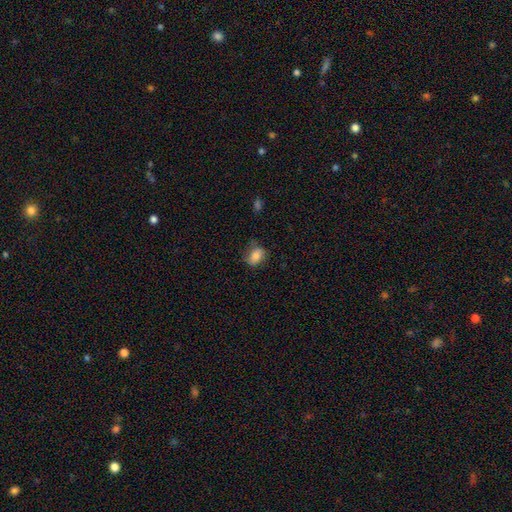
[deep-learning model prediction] A smooth galaxy with no disk features (80%) that is in between round and cigar-shaped (69%).

Vote fractions:
- Smooth or featured? smooth: 80% / featured or disk: 11% / star or artifact: 9%
- How rounded? in between: 69% / round: 29% / cigar-shaped: 2%
- Merging? none: 65% / minor disturbance: 26% / major disturbance: 7% / merger: 2%